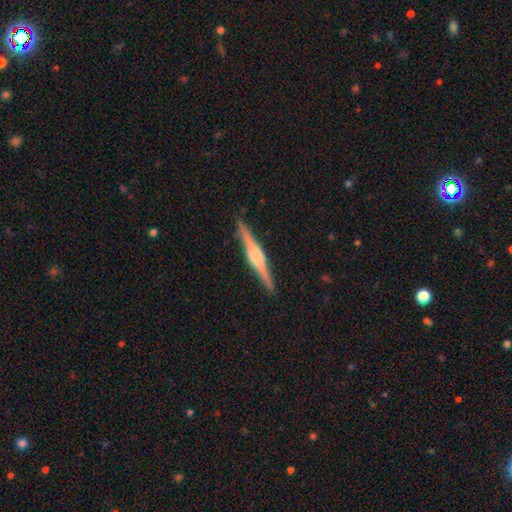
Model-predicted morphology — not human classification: featured or disk 81%, smooth 14%, star or artifact 5%. Down the decision tree: edge-on disk — yes (98%); edge-on bulge — rounded (74%); merging — none (91%).